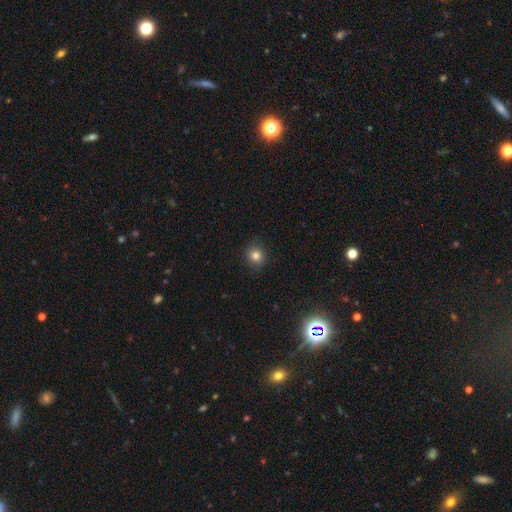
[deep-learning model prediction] Overall: smooth (80%). How rounded: round (85%). Merging: none (88%).